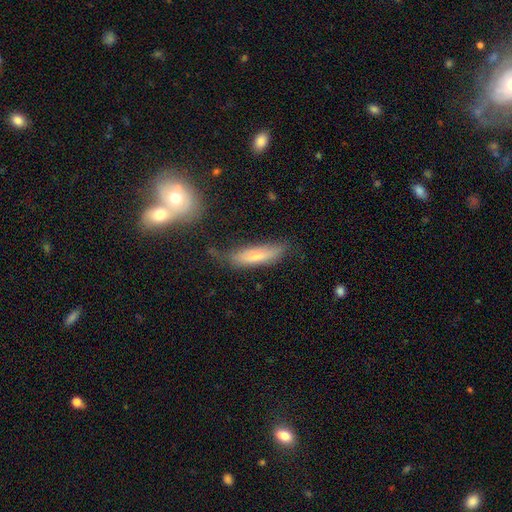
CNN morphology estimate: A smooth galaxy with no disk features (67%) that is cigar-shaped (70%). Merging: none (63%).